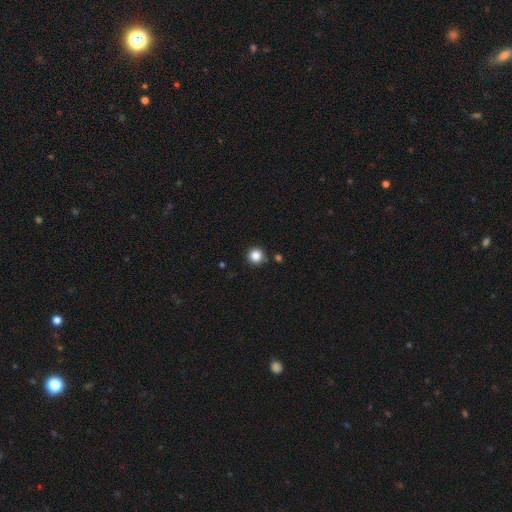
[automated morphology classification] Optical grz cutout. It shows a smooth galaxy with no disk features (85%) that is round (95%). Merging: none (87%).